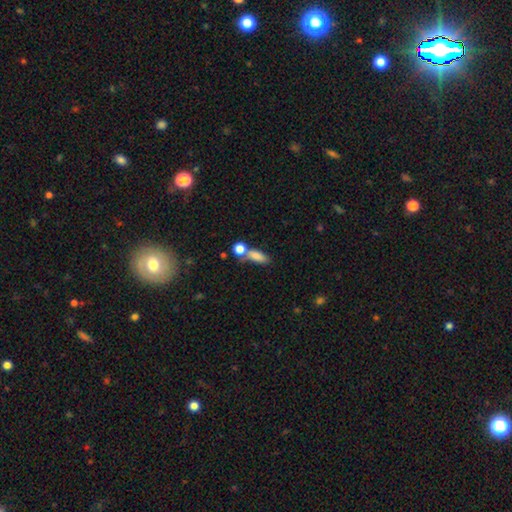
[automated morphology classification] smooth-or-featured: smooth: 80% | featured or disk: 10% | star or artifact: 10%
  how-rounded: in between: 65% | cigar-shaped: 25% | round: 10%
  merging: none: 45% | merger: 35% | minor disturbance: 13% | major disturbance: 7%